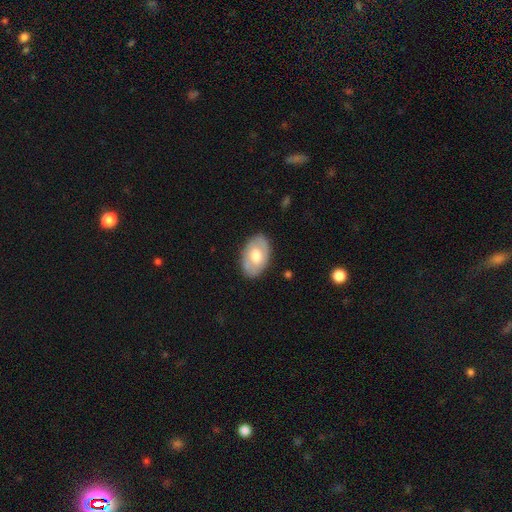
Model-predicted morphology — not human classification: Smooth or featured?
  - smooth: 49% *
  - featured or disk: 45%
  - star or artifact: 5%
Merging?
  - none: 83% *
  - minor disturbance: 12%
  - major disturbance: 3%
  - merger: 1%